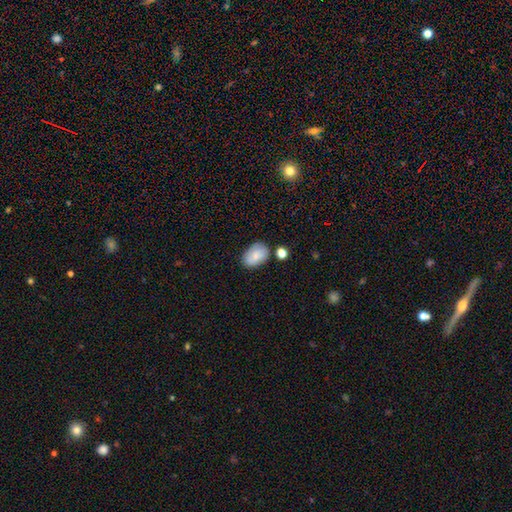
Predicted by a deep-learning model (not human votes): Smooth or featured? Predicted: smooth (p=0.79). How rounded? Predicted: in between (p=0.88). Merging? Predicted: none (p=0.67).